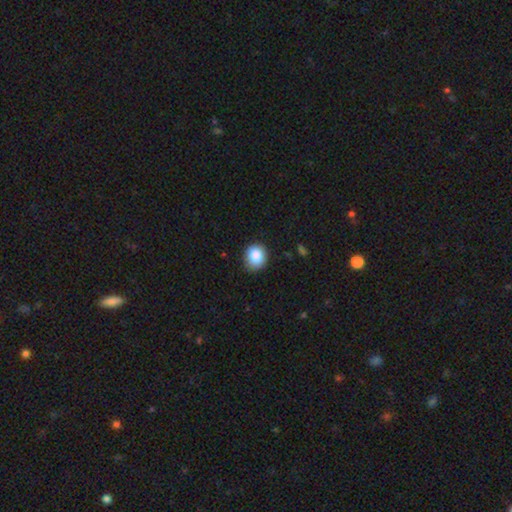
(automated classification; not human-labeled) smooth-or-featured: smooth: 87% | star or artifact: 9% | featured or disk: 5%
  how-rounded: round: 68% | in between: 31% | cigar-shaped: 1%
  merging: none: 83% | minor disturbance: 13% | major disturbance: 2% | merger: 1%